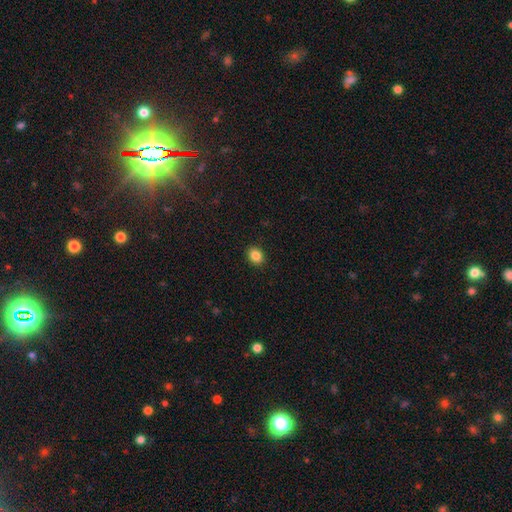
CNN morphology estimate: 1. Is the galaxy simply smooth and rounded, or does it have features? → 85% smooth, 10% star or artifact, 5% featured or disk.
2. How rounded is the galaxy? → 53% round, 47% in between, 1% cigar-shaped.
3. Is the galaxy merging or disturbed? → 91% none, 6% minor disturbance, 2% major disturbance, 1% merger.